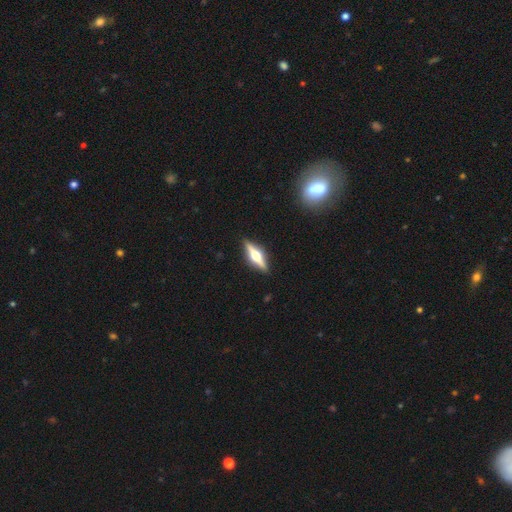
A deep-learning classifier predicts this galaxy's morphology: Smooth or featured: featured or disk — 74% (smooth — 20%)
Edge-on disk: yes — 97% (no — 3%)
Edge-on bulge: rounded — 95% (boxy — 3%)
Merging: none — 90% (minor disturbance — 7%)